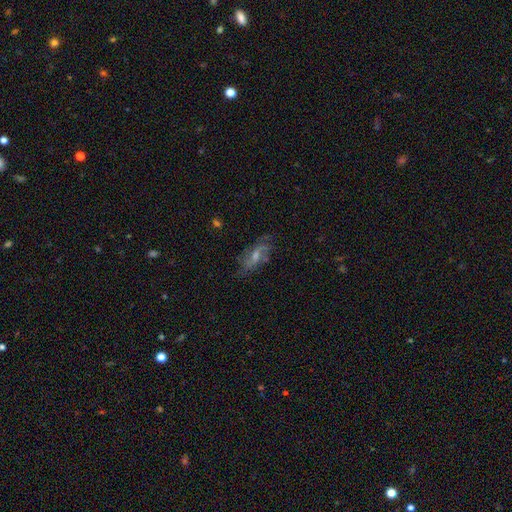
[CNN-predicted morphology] The model was most divided on "bar": weak: 44%, no: 43%, strong: 14%. Remaining: edge-on disk — no (84%); spiral arms — yes (82%); merging — none (72%); smooth or featured — featured or disk (62%); bulge size — moderate (46%).